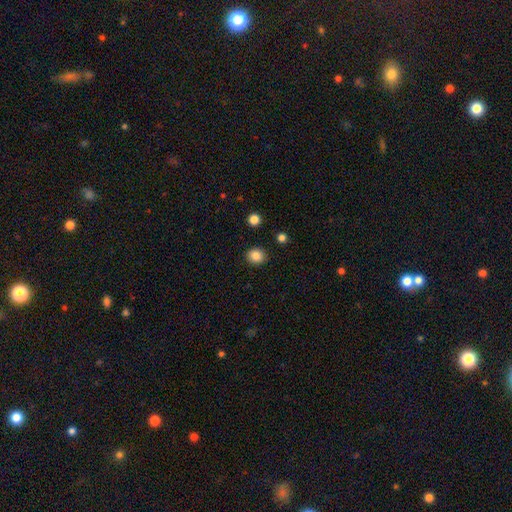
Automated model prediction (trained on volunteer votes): This is clearly a smooth galaxy (85%). How rounded: likely round (78%). Merging: clearly none (90%).